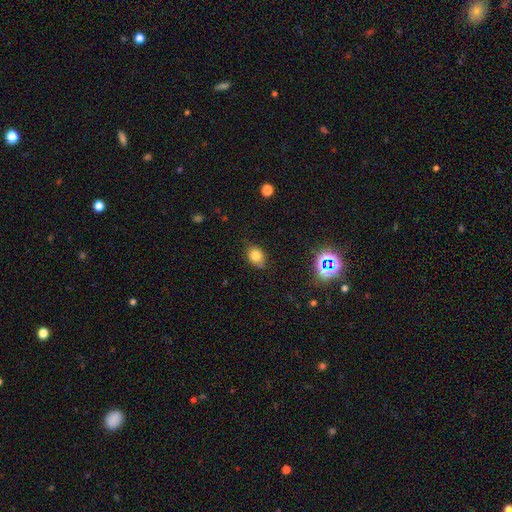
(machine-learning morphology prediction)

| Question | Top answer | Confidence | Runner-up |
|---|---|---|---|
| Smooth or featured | smooth | 77% | star or artifact (14%) |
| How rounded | in between | 59% | round (40%) |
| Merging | none | 74% | minor disturbance (20%) |